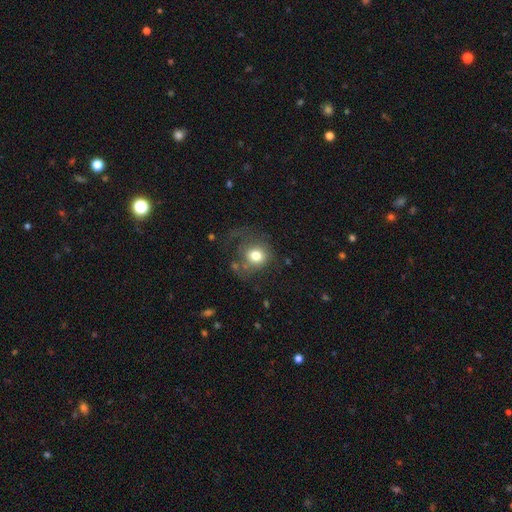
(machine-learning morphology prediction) smooth 72%, featured or disk 17%, star or artifact 11%. Down the decision tree: how rounded — round (79%); merging — none (46%).